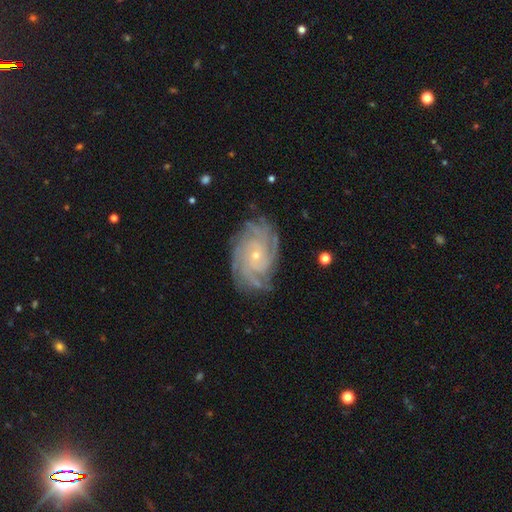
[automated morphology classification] This appears to be a featured or disk galaxy (88%) with no bar (76%), 4 (31%) tight (75%) spiral arms (98%) and a small central bulge (79%). Merging: none (80%).